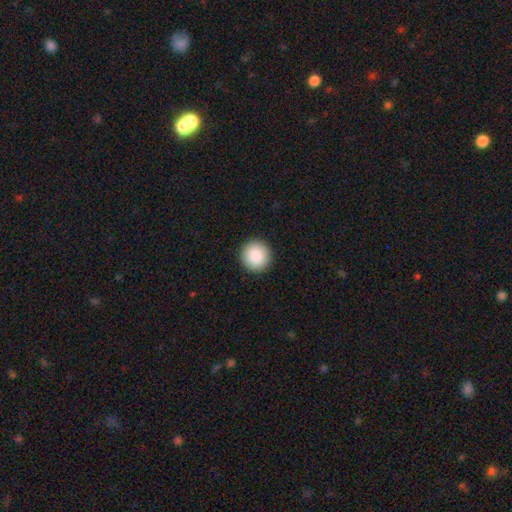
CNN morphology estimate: A smooth galaxy with no disk features (89%) that is round (95%).

Vote fractions:
- Smooth or featured? smooth: 89% / star or artifact: 7% / featured or disk: 4%
- How rounded? round: 95% / in between: 4% / cigar-shaped: 1%
- Merging? none: 93% / minor disturbance: 5% / major disturbance: 2% / merger: 1%